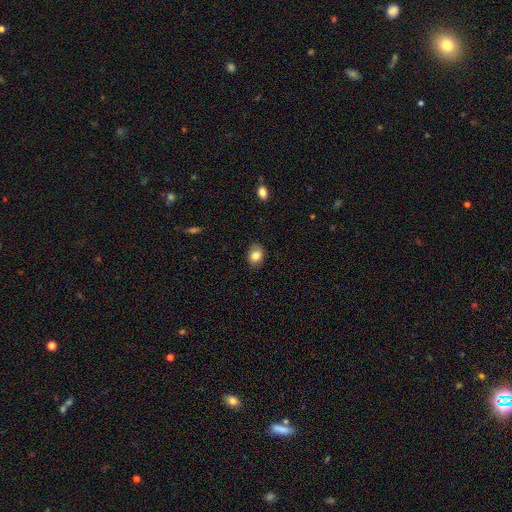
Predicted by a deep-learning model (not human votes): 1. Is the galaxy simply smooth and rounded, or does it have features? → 83% smooth, 9% star or artifact, 8% featured or disk.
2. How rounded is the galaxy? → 59% in between, 40% round, 1% cigar-shaped.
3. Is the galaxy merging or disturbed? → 79% none, 16% minor disturbance, 3% major disturbance, 1% merger.